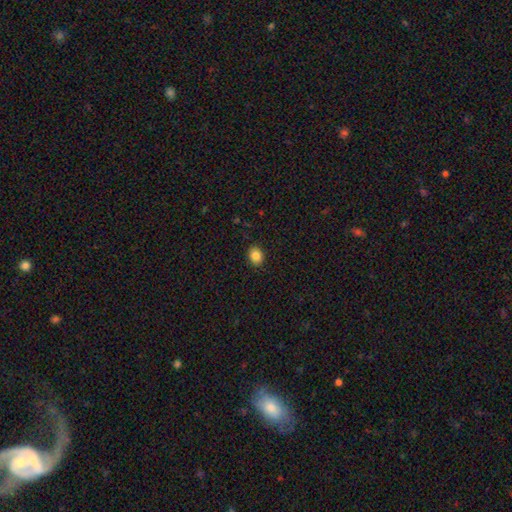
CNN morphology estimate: type=smooth (85%); roundness=round (53%); merging=none (89%).